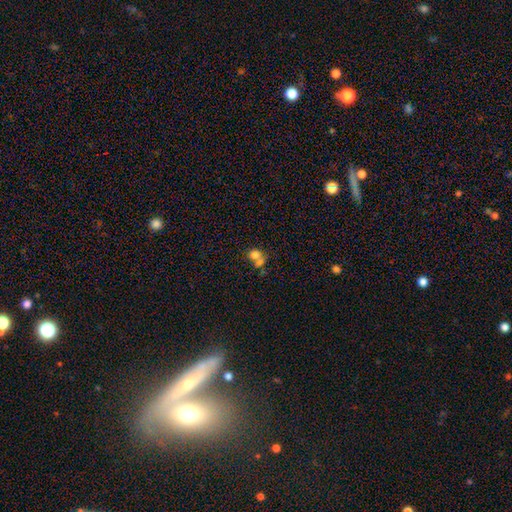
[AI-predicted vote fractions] smooth 73%, featured or disk 14%, star or artifact 13%. Down the decision tree: how rounded — round (59%); merging — merger (57%).